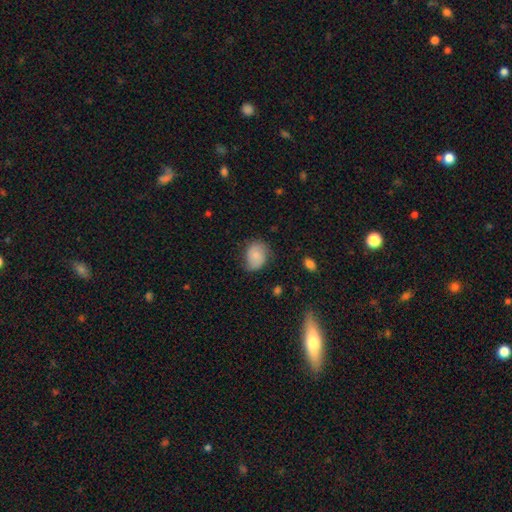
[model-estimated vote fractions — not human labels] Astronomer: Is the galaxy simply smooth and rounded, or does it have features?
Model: smooth — 70%.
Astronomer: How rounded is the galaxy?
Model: in between — 53% (runner-up: round, 46%).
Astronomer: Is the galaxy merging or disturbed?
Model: none — 63%.